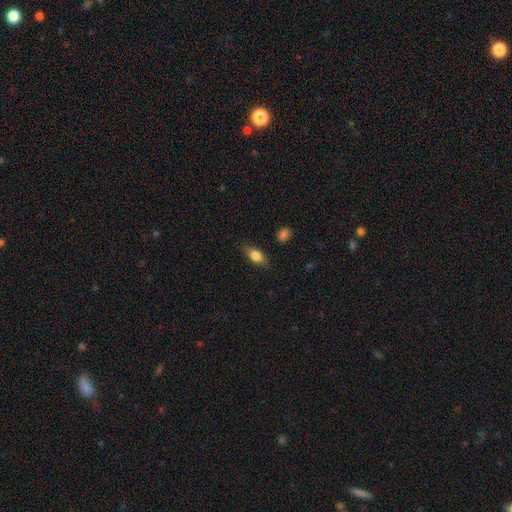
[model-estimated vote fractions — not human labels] Overall: smooth (77%). How rounded: in between (81%). Merging: none (80%).